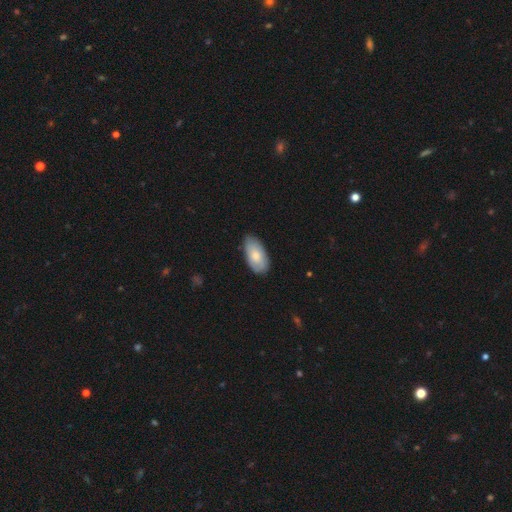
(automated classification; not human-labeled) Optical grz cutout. It shows a smooth galaxy with no disk features (73%) that is in between round and cigar-shaped (95%). Merging: none (73%).